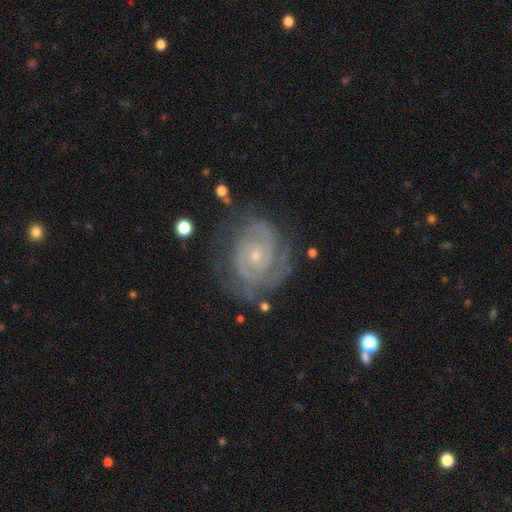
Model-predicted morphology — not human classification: This is clearly a featured or disk galaxy (88%). It is clearly not viewed edge-on (98%). Bar: likely no (69%). Spiral arm pattern: clearly yes (97%). Spiral arm count: possibly 2 (54%). Spiral winding: likely tight (71%). Central bulge: likely small (79%). Merging: likely none (73%).